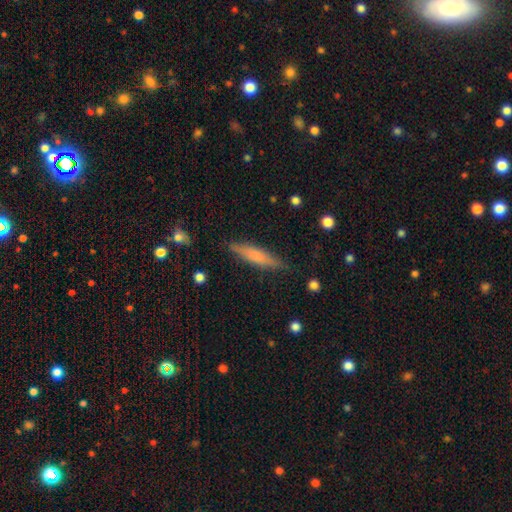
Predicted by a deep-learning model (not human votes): This is likely a smooth galaxy (62%). How rounded: clearly cigar-shaped (85%). Merging: clearly none (86%).